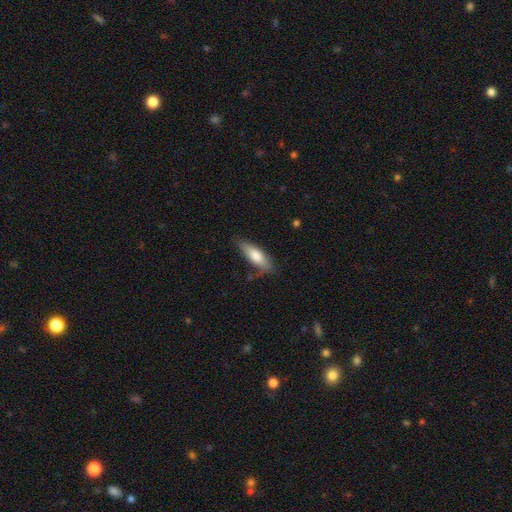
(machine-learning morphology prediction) A smooth galaxy with no disk features (75%) that is in between round and cigar-shaped (57%). Merging: none (71%).